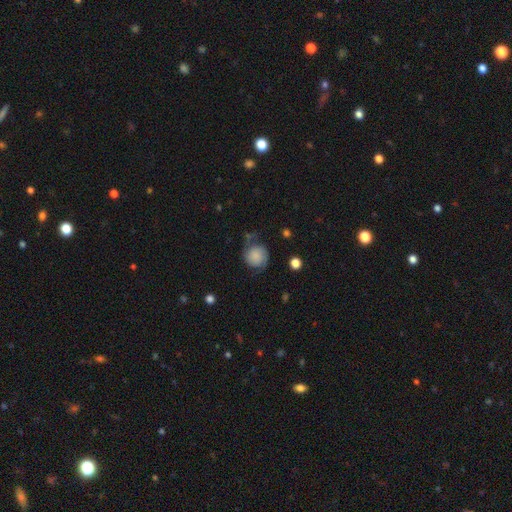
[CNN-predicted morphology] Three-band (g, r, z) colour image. It shows a smooth galaxy with no disk features (53%) that is round (84%). Merging: none (57%).